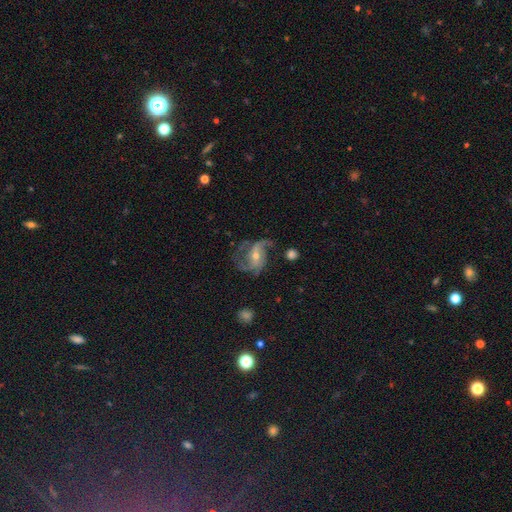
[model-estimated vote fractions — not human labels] This is clearly a featured or disk galaxy (86%). It is clearly not viewed edge-on (97%). Bar: marginally no (40%). Spiral arm pattern: clearly yes (96%). Spiral arm count: possibly 2 (46%). Spiral winding: marginally medium (43%, tied with loose). Central bulge: possibly small (50%). Merging: possibly none (57%).